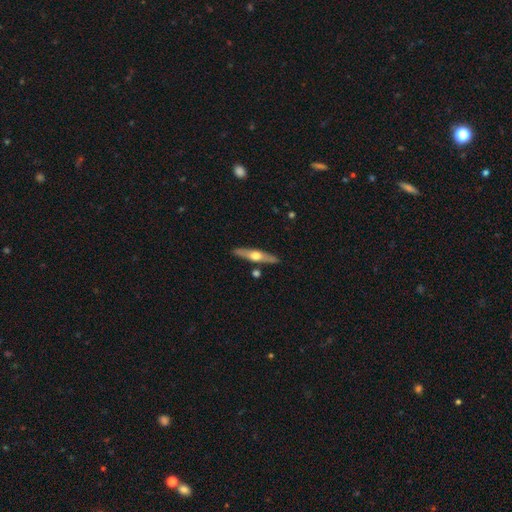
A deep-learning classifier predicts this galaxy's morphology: Overall: featured or disk (62%; smooth 33%). Edge-on disk: yes (91%). Edge-on bulge: rounded (94%). Merging: none (87%).